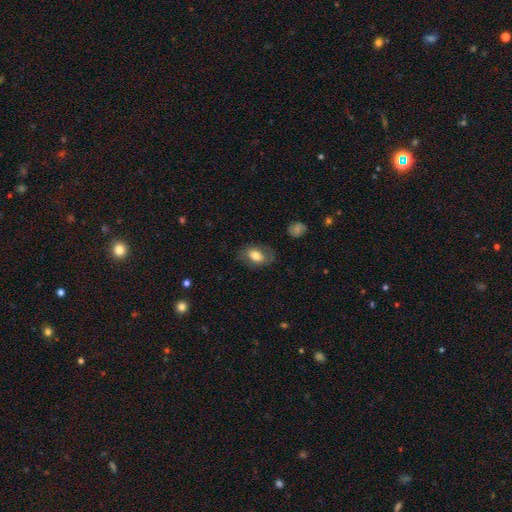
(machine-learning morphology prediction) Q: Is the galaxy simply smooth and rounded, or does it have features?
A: smooth — 70%.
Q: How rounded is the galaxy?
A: in between — 87%.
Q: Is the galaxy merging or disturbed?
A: none — 72%.